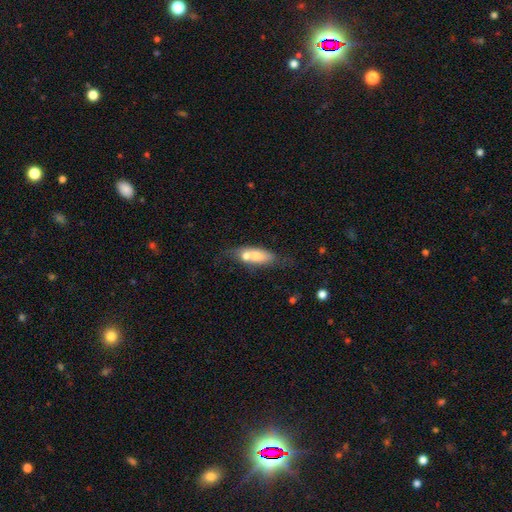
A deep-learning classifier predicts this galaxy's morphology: Overall: smooth (65%; featured or disk 28%). How rounded: in between (68%). Merging: merger (43%; none 35%).